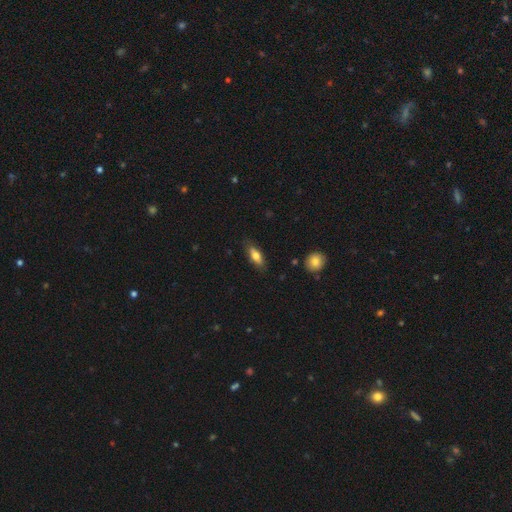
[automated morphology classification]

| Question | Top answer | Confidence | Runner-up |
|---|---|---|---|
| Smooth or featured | smooth | 71% | featured or disk (23%) |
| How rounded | in between | 70% | cigar-shaped (27%) |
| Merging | none | 79% | minor disturbance (16%) |